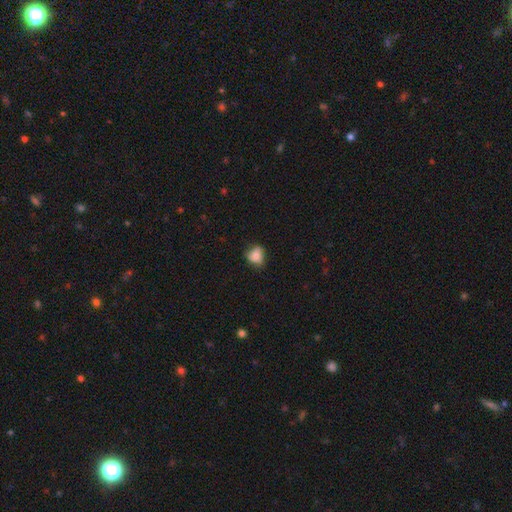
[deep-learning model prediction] Smooth or featured?
  - smooth: 80% *
  - featured or disk: 11%
  - star or artifact: 9%
How rounded?
  - round: 60% *
  - in between: 39%
  - cigar-shaped: 1%
Merging?
  - none: 62% *
  - minor disturbance: 29%
  - major disturbance: 7%
  - merger: 2%